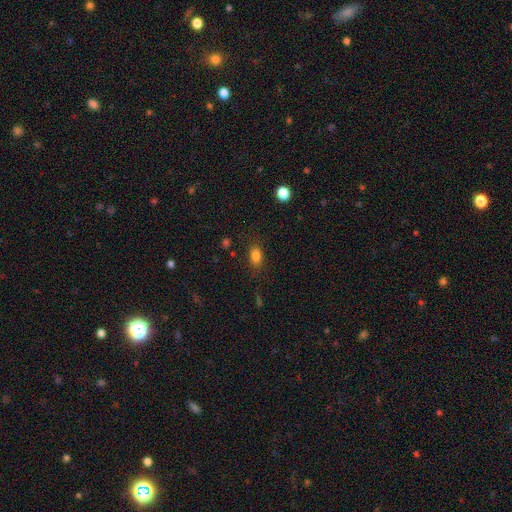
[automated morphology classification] smooth-or-featured: smooth: 83% | star or artifact: 11% | featured or disk: 6%
  how-rounded: in between: 82% | round: 16% | cigar-shaped: 3%
  merging: none: 82% | minor disturbance: 12% | major disturbance: 4% | merger: 2%